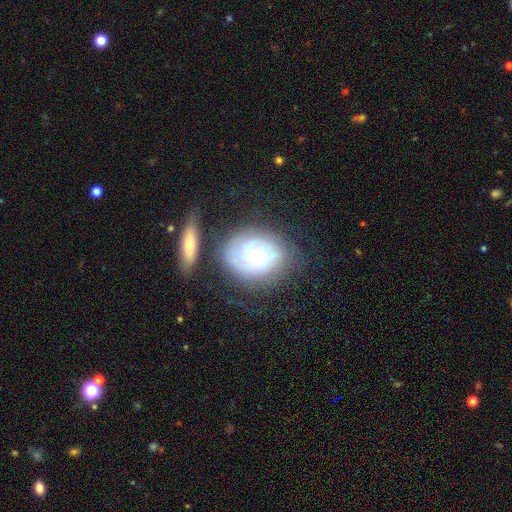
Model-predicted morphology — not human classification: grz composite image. It shows a featured or disk galaxy (76%) with no bar (68%), tight (70%) spiral arms (93%) and a small central bulge (53%). Merging: none (61%).